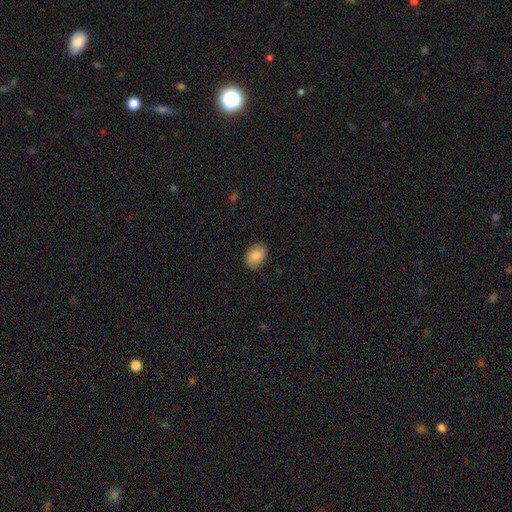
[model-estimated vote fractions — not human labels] smooth_or_featured: smooth (p=0.86) [alt: star or artifact p=0.07]
how_rounded: in between (p=0.74) [alt: round p=0.25]
merging: none (p=0.85) [alt: minor disturbance p=0.12]